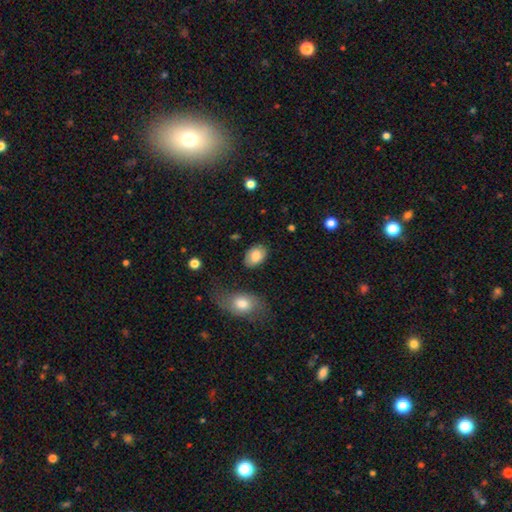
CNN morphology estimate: type=smooth (81%); roundness=in between (87%); merging=none (81%).